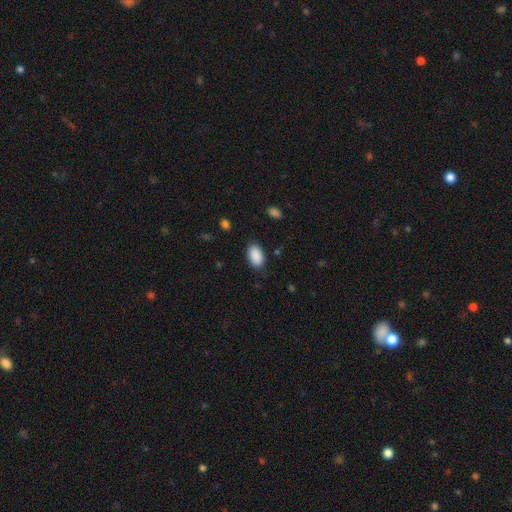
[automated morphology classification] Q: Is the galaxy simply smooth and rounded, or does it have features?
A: smooth — 90%.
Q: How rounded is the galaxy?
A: in between — 93%.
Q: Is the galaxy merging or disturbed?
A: none — 86%.